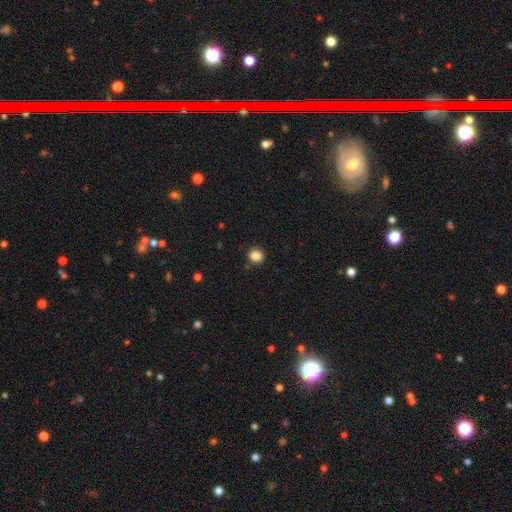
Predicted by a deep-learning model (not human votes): Smooth or featured: smooth — 86% (star or artifact — 11%)
How rounded: round — 84% (in between — 15%)
Merging: none — 89% (minor disturbance — 7%)